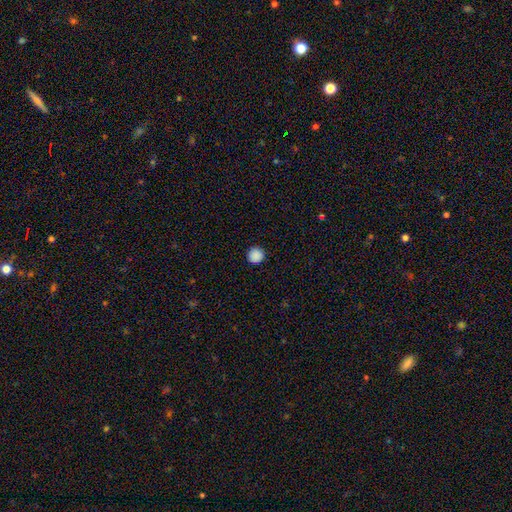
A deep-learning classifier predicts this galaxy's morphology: Smooth or featured? Predicted: smooth (p=0.89). How rounded? Predicted: round (p=0.96). Merging? Predicted: none (p=0.93).